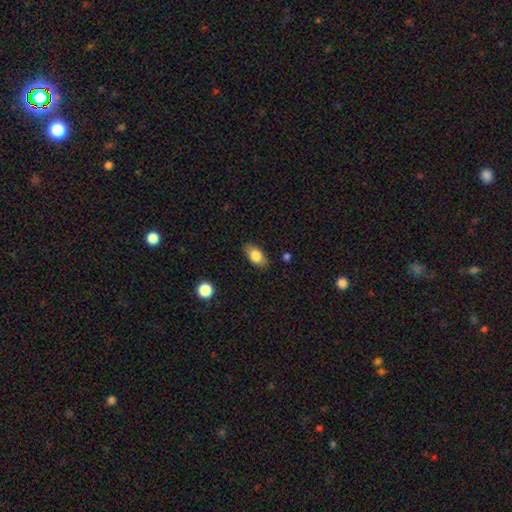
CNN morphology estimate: Smooth or featured? smooth (80%)
How rounded? in between (89%)
Merging? none (84%)